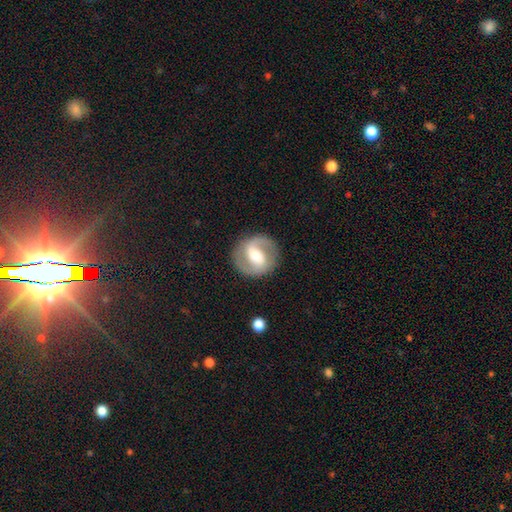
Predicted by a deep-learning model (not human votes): This is clearly a featured or disk galaxy (81%). It is clearly not viewed edge-on (97%). Bar: marginally strong (42%). Spiral arm pattern: clearly yes (89%). Spiral arm count: clearly 2 (90%). Spiral winding: possibly medium (51%). Central bulge: likely moderate (64%). Merging: clearly none (86%).